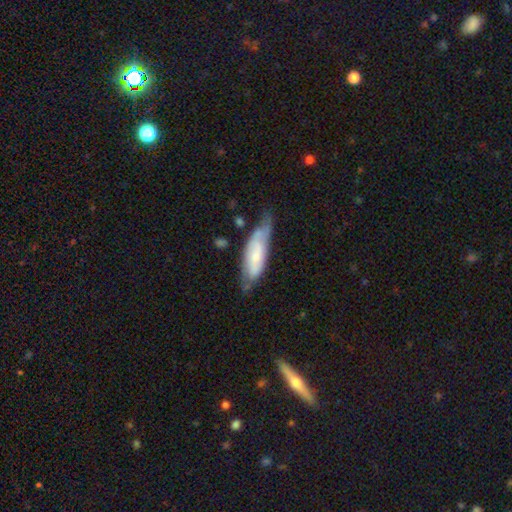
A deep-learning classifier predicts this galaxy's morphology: Smooth or featured? Predicted: featured or disk (p=0.48). Merging? Predicted: none (p=0.45).